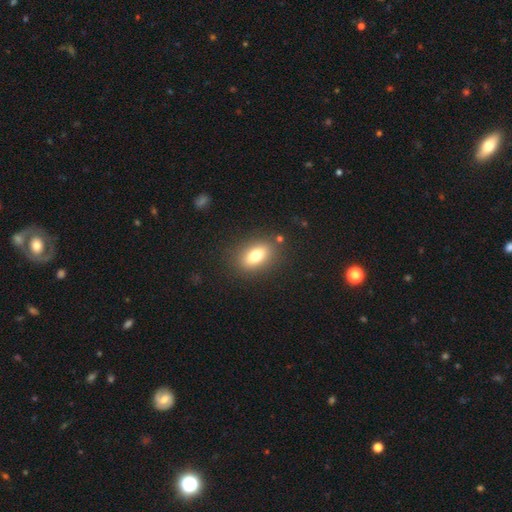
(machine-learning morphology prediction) smooth-or-featured: smooth: 75% | featured or disk: 15% | star or artifact: 10%
  how-rounded: in between: 81% | round: 13% | cigar-shaped: 6%
  merging: none: 84% | minor disturbance: 9% | major disturbance: 4% | merger: 3%